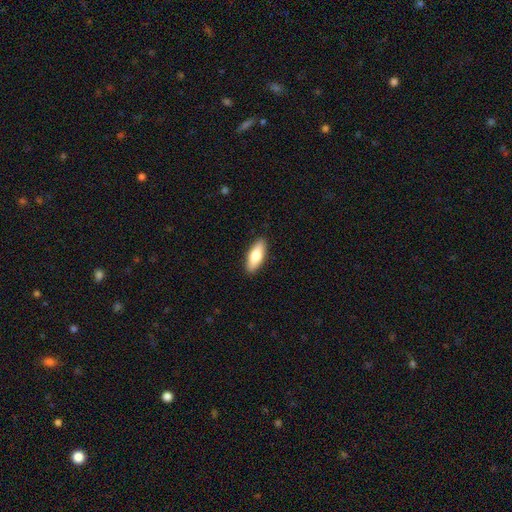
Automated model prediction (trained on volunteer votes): The model was most divided on "how rounded": in between: 69%, cigar-shaped: 29%, round: 2%. More confident: merging — none (90%); smooth or featured — smooth (74%).